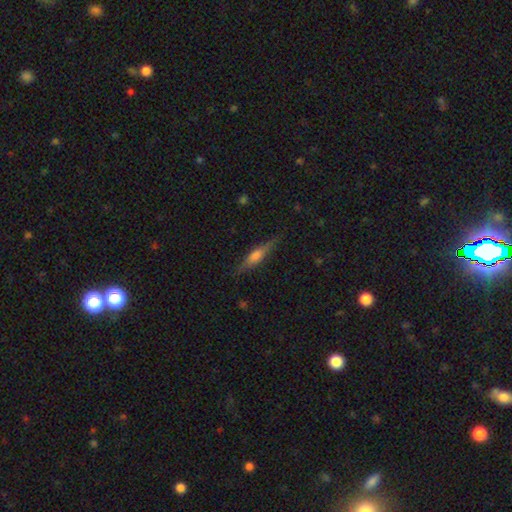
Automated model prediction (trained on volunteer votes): This appears to be a featured or disk galaxy (57%) viewed edge-on (96%) with a rounded central bulge (76%). Merging: none (86%).